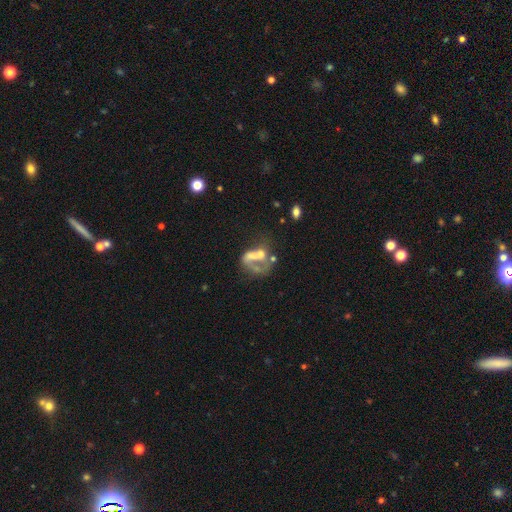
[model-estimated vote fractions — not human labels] smooth_or_featured: featured or disk (p=0.59) [alt: smooth p=0.28]
disk_edge_on: no (p=0.97) [alt: yes p=0.03]
bar: no (p=0.77) [alt: weak p=0.17]
has_spiral_arms: no (p=0.69) [alt: yes p=0.31]
bulge_size: none (p=0.42) [alt: moderate p=0.26]
merging: major disturbance (p=0.38) [alt: merger p=0.29]